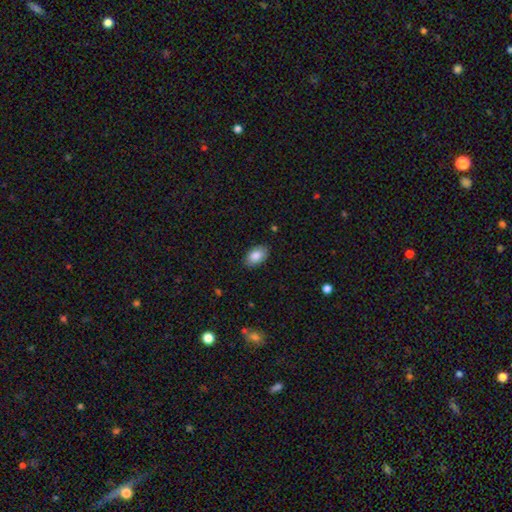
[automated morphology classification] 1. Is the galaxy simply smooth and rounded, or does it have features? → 87% smooth, 7% star or artifact, 7% featured or disk.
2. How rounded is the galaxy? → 93% in between, 6% round, 1% cigar-shaped.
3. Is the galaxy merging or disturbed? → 86% none, 11% minor disturbance, 2% major disturbance, 1% merger.